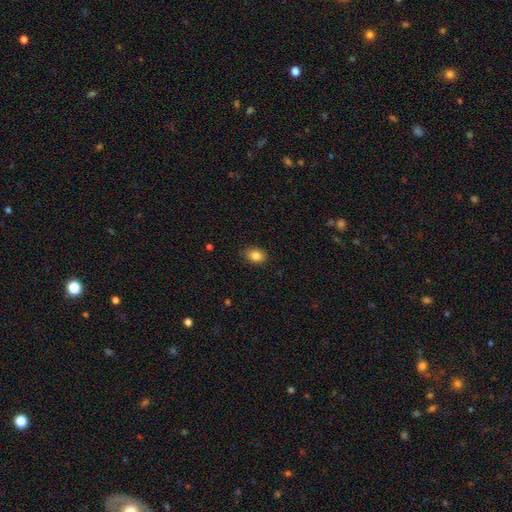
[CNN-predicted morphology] smooth_or_featured: smooth (p=0.85) [alt: star or artifact p=0.09]
how_rounded: in between (p=0.70) [alt: round p=0.29]
merging: none (p=0.87) [alt: minor disturbance p=0.10]